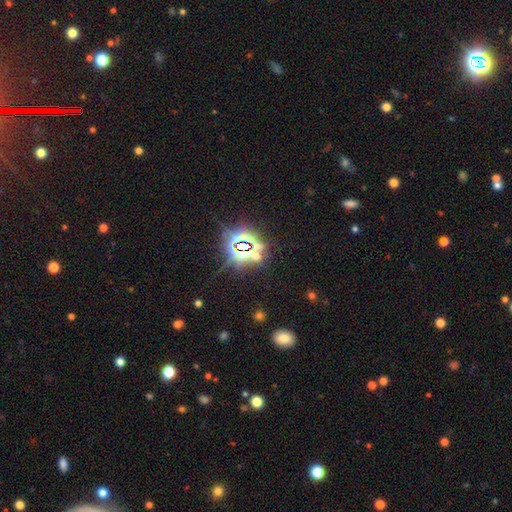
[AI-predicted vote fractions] A star or artifact, not a galaxy (77%).

Vote fractions:
- Smooth or featured? star or artifact: 77% / smooth: 15% / featured or disk: 8%